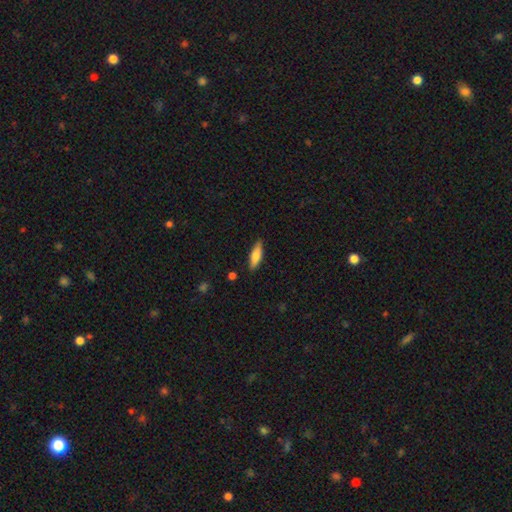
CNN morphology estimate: Smooth or featured: smooth — 69% (featured or disk — 25%)
How rounded: cigar-shaped — 50% (in between — 48%)
Merging: none — 85% (minor disturbance — 12%)